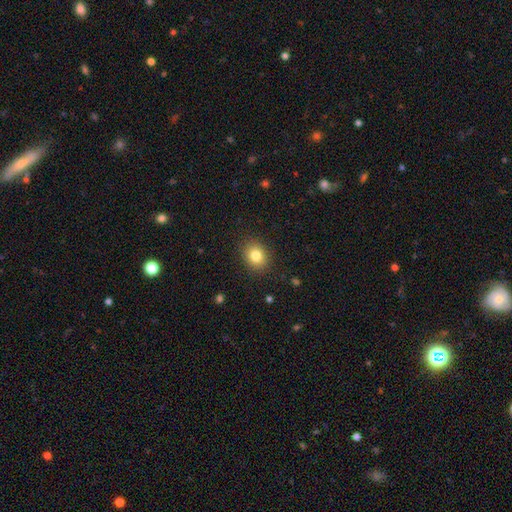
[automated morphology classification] Q: Smooth or featured?
A: smooth (82%); runner-up: star or artifact (11%)
Q: How rounded?
A: round (62%); runner-up: in between (38%)
Q: Merging?
A: none (88%); runner-up: minor disturbance (8%)